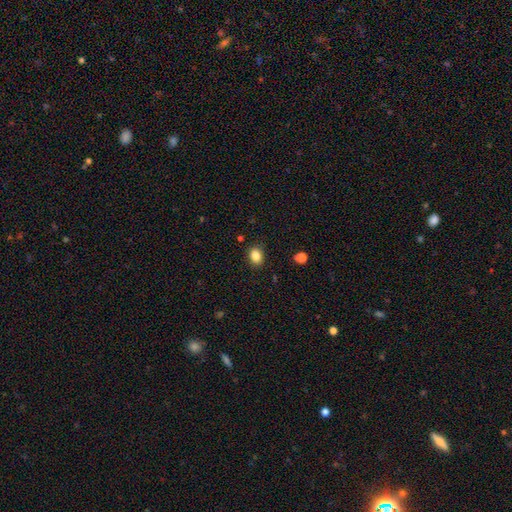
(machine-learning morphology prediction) This appears to be a smooth galaxy with no disk features (86%) that is in between round and cigar-shaped (64%). Merging: none (87%).